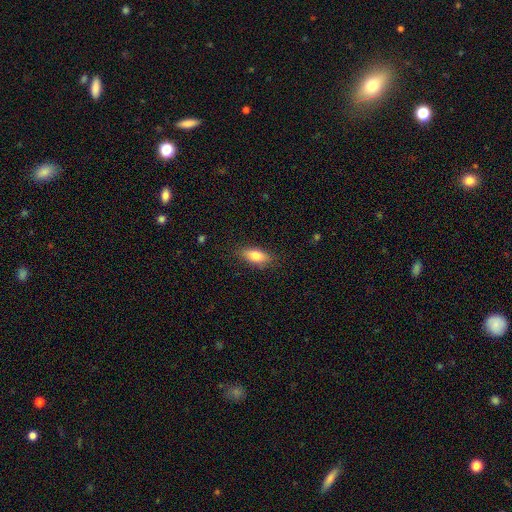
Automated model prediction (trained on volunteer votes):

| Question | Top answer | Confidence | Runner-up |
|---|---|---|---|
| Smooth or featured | smooth | 79% | featured or disk (14%) |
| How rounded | in between | 80% | cigar-shaped (17%) |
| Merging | none | 84% | minor disturbance (12%) |